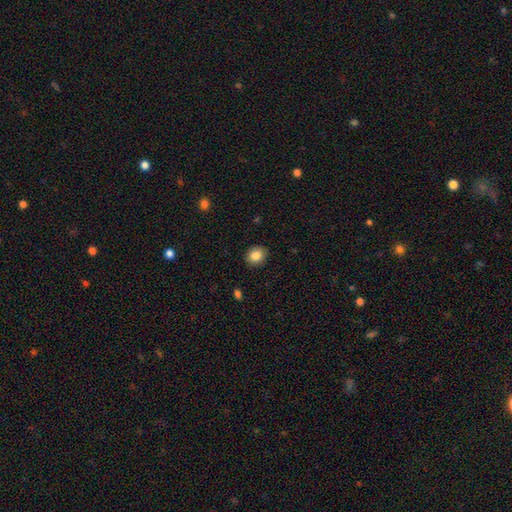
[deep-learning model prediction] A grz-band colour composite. It shows a smooth galaxy with no disk features (84%) that is round (63%). Merging: none (90%).